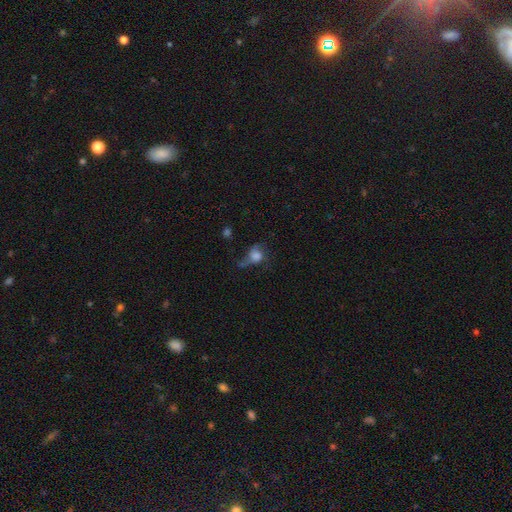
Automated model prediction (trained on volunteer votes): This is possibly a smooth galaxy (58%). How rounded: likely round (62%). Merging: marginally major disturbance (37%).